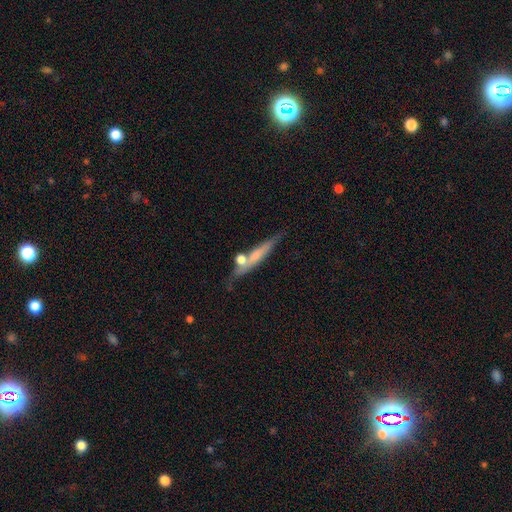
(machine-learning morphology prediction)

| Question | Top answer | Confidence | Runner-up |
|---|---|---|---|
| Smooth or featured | smooth | 48% | featured or disk (45%) |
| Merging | none | 62% | merger (17%) |